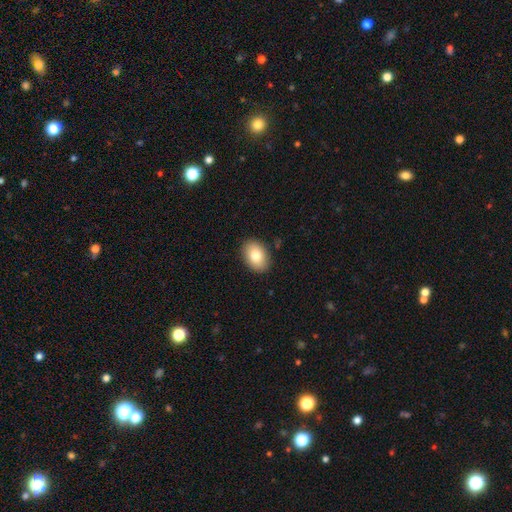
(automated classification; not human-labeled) The model was most divided on "how rounded": in between: 82%, round: 17%, cigar-shaped: 1%. More confident: merging — none (89%); smooth or featured — smooth (81%).